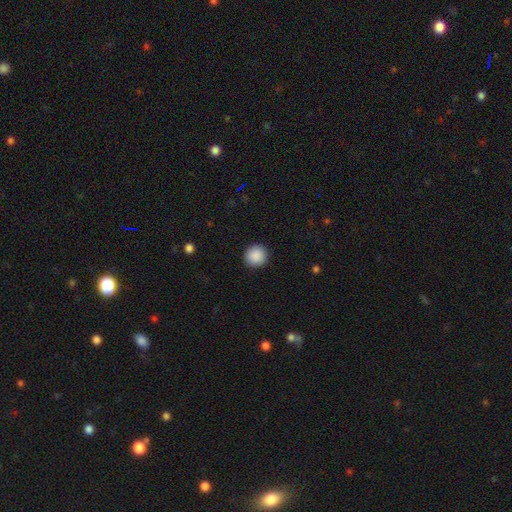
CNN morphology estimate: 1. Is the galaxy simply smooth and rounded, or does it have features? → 89% smooth, 8% star or artifact, 3% featured or disk.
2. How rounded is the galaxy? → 95% round, 4% in between, 1% cigar-shaped.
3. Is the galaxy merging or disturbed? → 92% none, 5% minor disturbance, 2% major disturbance, 1% merger.